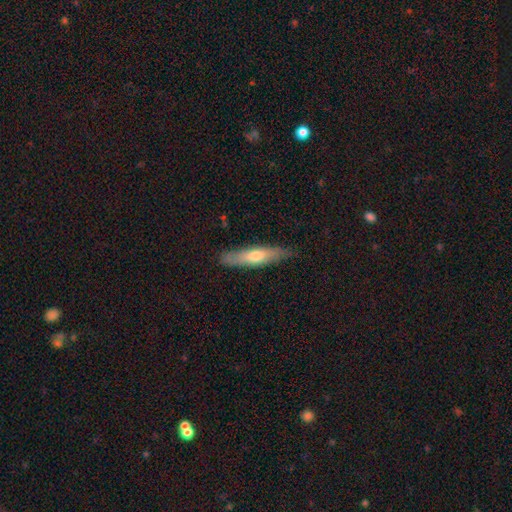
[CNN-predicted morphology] The model was most divided on "smooth or featured": smooth: 54%, featured or disk: 40%, star or artifact: 6%. More confident: merging — none (85%); how rounded — cigar-shaped (82%).